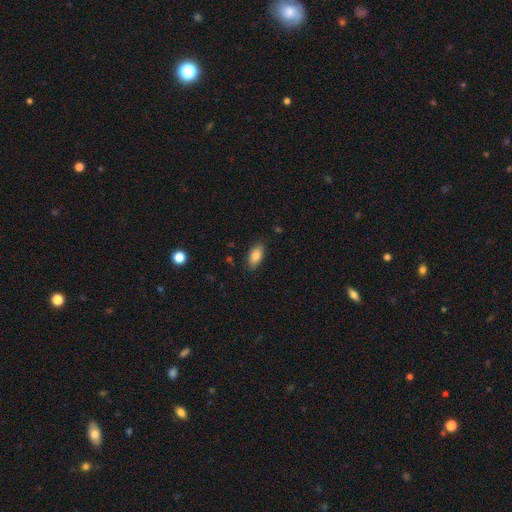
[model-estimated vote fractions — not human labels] Smooth or featured?
  - smooth: 84% *
  - featured or disk: 9%
  - star or artifact: 7%
How rounded?
  - in between: 90% *
  - cigar-shaped: 6%
  - round: 3%
Merging?
  - none: 85% *
  - minor disturbance: 11%
  - major disturbance: 2%
  - merger: 1%